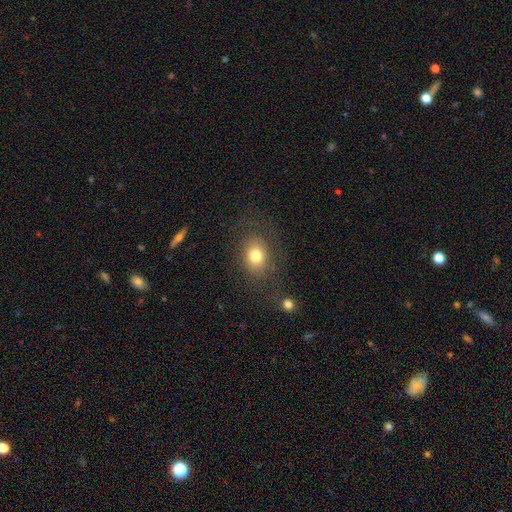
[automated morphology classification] A smooth galaxy with no disk features (76%) that is in between round and cigar-shaped (57%).

Vote fractions:
- Smooth or featured? smooth: 76% / featured or disk: 13% / star or artifact: 11%
- How rounded? in between: 57% / round: 41% / cigar-shaped: 1%
- Merging? none: 74% / minor disturbance: 15% / major disturbance: 9% / merger: 3%